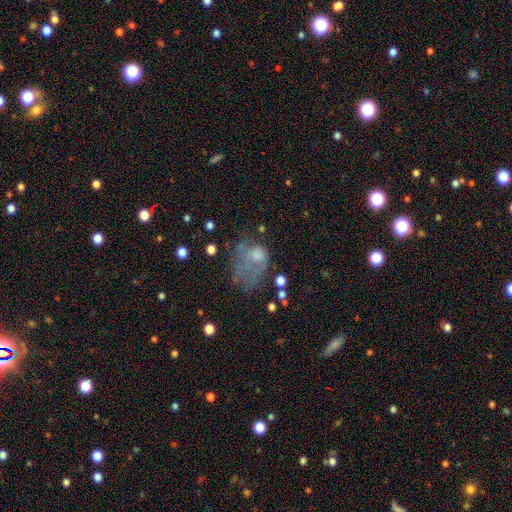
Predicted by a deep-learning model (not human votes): Smooth or featured? smooth (48%)
Merging? major disturbance (45%)